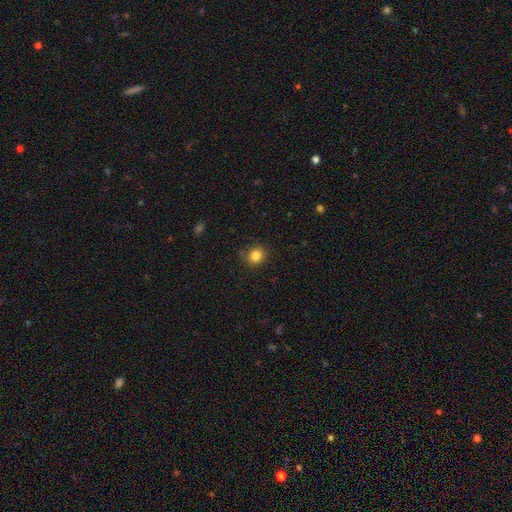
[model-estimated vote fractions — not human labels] A smooth galaxy with no disk features (84%) that is round (84%). Merging: none (87%).